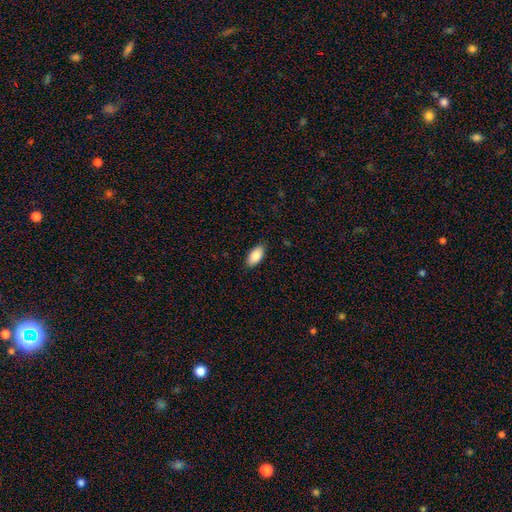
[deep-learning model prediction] Overall: smooth (88%). How rounded: in between (93%). Merging: none (87%).